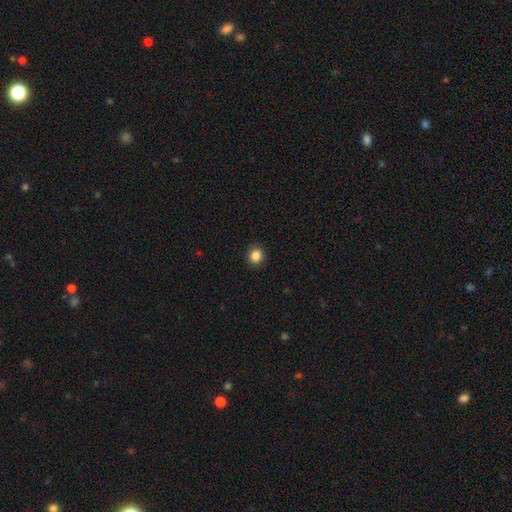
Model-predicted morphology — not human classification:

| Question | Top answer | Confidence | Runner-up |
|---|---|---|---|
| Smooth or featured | smooth | 86% | star or artifact (11%) |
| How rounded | round | 91% | in between (8%) |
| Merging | none | 91% | minor disturbance (6%) |